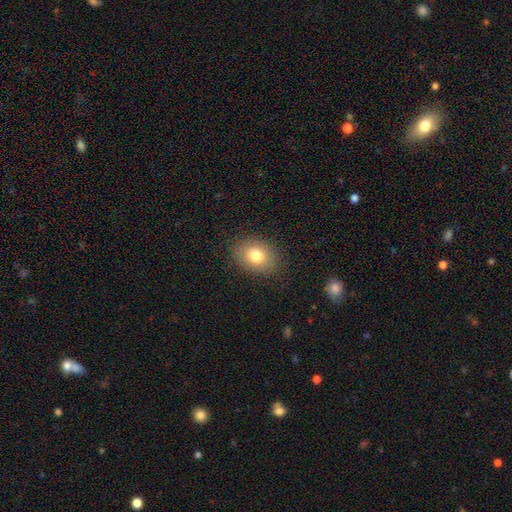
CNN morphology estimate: Overall: smooth (79%). How rounded: in between (62%; round 37%). Merging: none (86%).